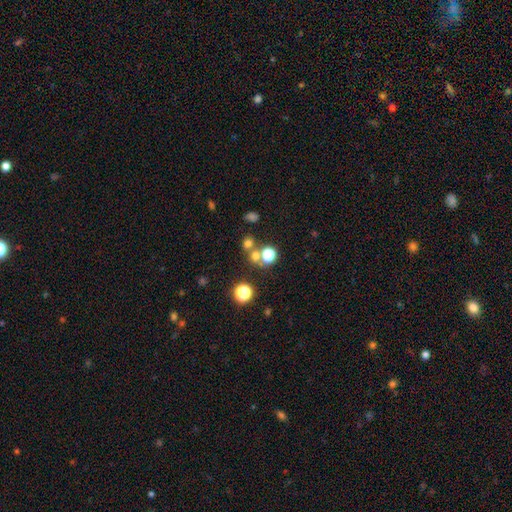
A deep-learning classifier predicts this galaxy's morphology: type=smooth (60%); roundness=round (84%); merging=none (60%).